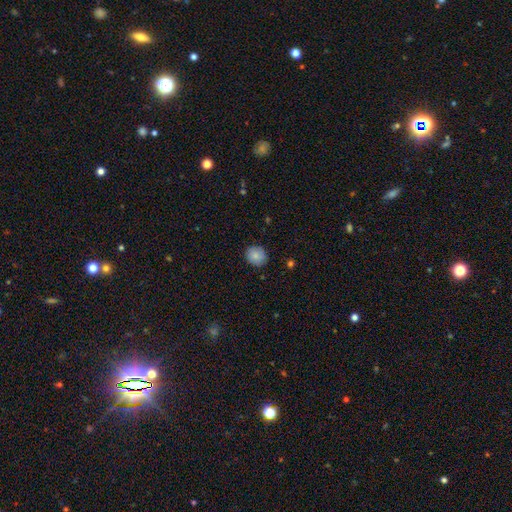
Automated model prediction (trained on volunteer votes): The model was most divided on "how rounded": round: 72%, in between: 27%, cigar-shaped: 1%. More confident: smooth or featured — smooth (85%); merging — none (84%).